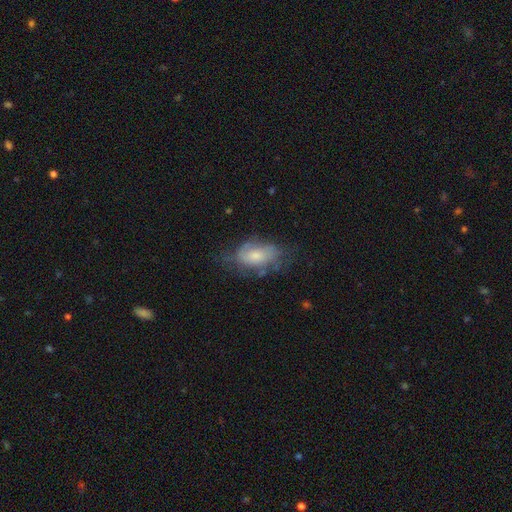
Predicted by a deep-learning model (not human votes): A featured or disk galaxy (46%). Merging: none (49%).